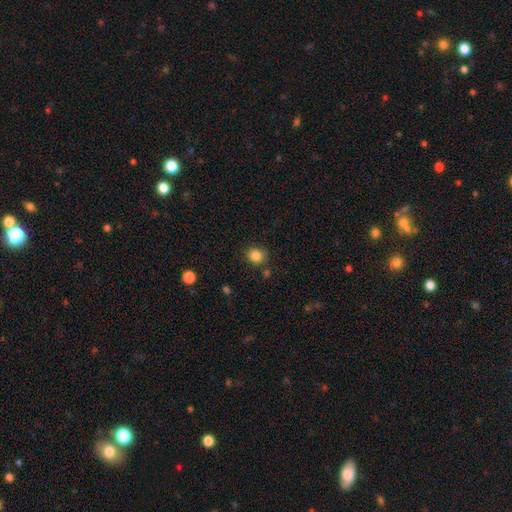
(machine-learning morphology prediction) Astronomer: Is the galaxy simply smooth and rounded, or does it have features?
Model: smooth — 85%.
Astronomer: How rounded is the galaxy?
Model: round — 78%.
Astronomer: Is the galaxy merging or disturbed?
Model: none — 78%.